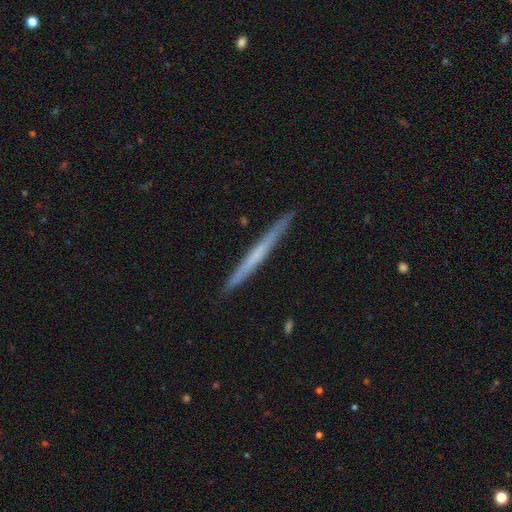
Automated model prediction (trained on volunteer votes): smooth-or-featured: featured or disk: 51% | smooth: 44% | star or artifact: 5%
  disk-edge-on: yes: 97% | no: 3%
  merging: none: 92% | minor disturbance: 6% | major disturbance: 1% | merger: 1%